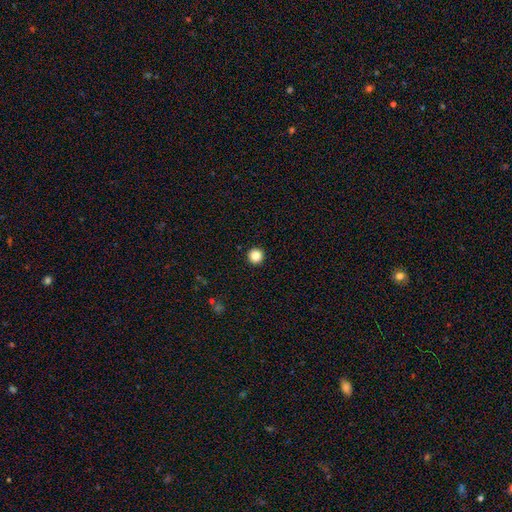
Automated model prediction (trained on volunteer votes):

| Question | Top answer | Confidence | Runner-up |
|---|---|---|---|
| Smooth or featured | smooth | 85% | star or artifact (11%) |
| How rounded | round | 97% | in between (2%) |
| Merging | none | 94% | minor disturbance (4%) |